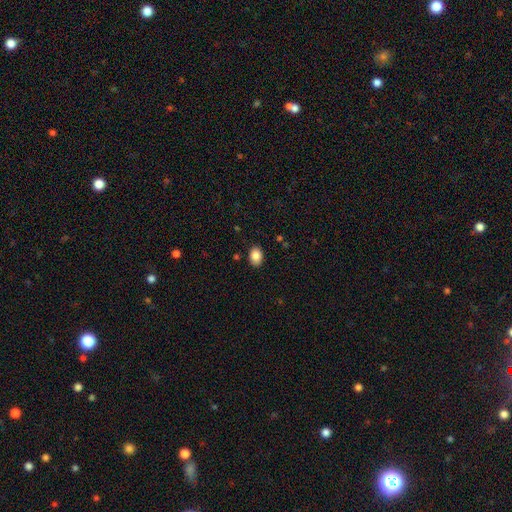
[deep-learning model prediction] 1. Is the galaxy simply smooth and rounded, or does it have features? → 87% smooth, 8% star or artifact, 4% featured or disk.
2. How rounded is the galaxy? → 75% in between, 24% round, 1% cigar-shaped.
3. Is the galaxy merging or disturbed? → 87% none, 9% minor disturbance, 2% major disturbance, 1% merger.